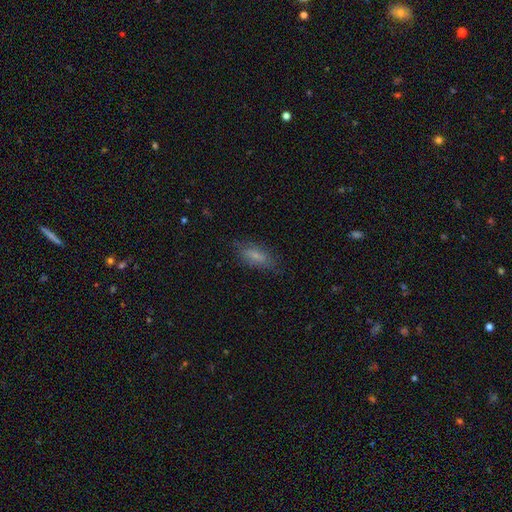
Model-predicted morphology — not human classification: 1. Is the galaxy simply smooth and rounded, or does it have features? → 68% smooth, 23% featured or disk, 9% star or artifact.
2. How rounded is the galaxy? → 74% in between, 23% cigar-shaped, 3% round.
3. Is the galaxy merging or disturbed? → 73% none, 19% minor disturbance, 6% major disturbance, 1% merger.